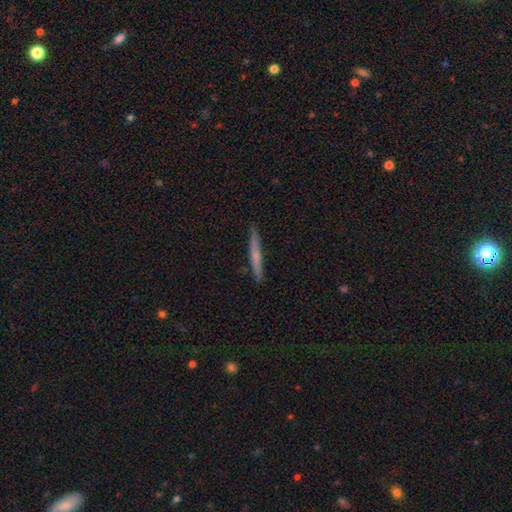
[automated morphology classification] Overall: smooth (49%; featured or disk 45%). Merging: none (90%).